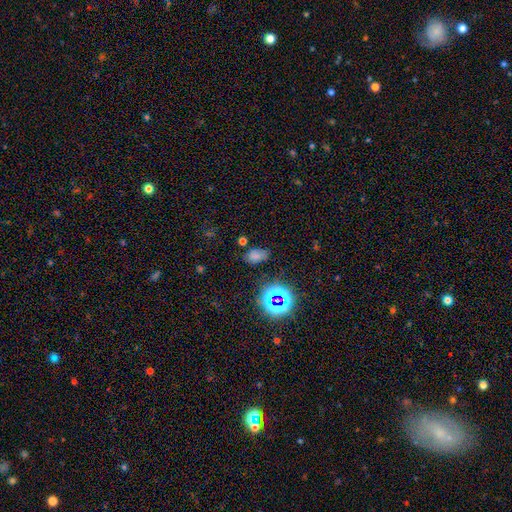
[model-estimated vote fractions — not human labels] Smooth or featured?
  - smooth: 61% *
  - star or artifact: 30%
  - featured or disk: 9%
How rounded?
  - in between: 87% *
  - round: 11%
  - cigar-shaped: 2%
Merging?
  - none: 69% *
  - minor disturbance: 20%
  - major disturbance: 7%
  - merger: 4%